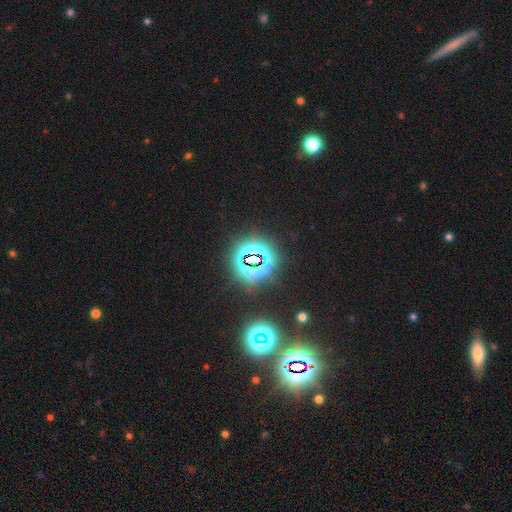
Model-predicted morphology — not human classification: Smooth or featured? Predicted: star or artifact (p=0.78).